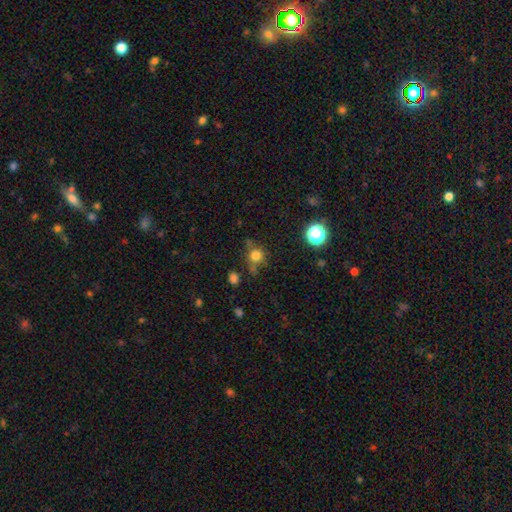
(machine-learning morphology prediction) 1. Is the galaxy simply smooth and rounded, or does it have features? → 75% smooth, 17% star or artifact, 8% featured or disk.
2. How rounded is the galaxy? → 89% round, 10% in between, 1% cigar-shaped.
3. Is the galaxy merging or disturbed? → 68% none, 17% minor disturbance, 9% merger, 6% major disturbance.